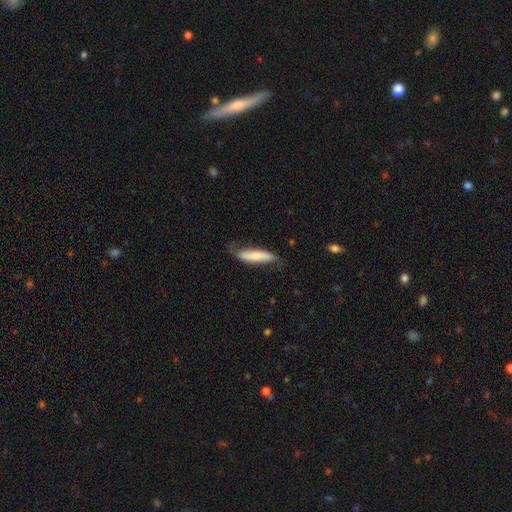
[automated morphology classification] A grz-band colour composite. It shows a smooth galaxy with no disk features (61%) that is cigar-shaped (61%). Merging: none (54%).